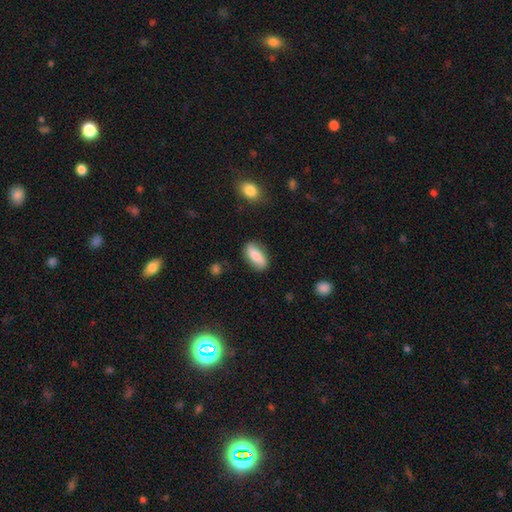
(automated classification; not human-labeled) Overall: smooth (77%). How rounded: in between (78%). Merging: none (82%).